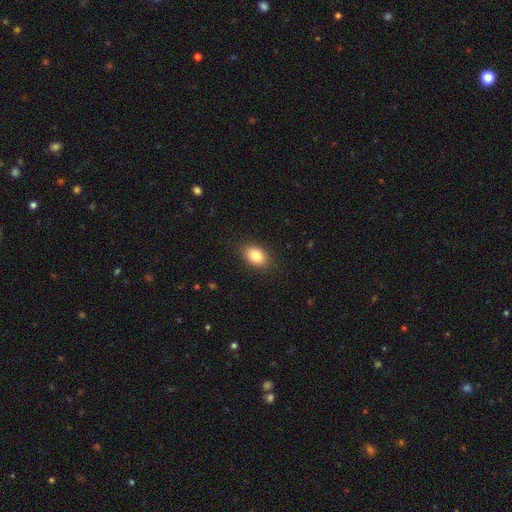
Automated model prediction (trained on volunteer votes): Overall: smooth (83%). How rounded: in between (80%). Merging: none (88%).